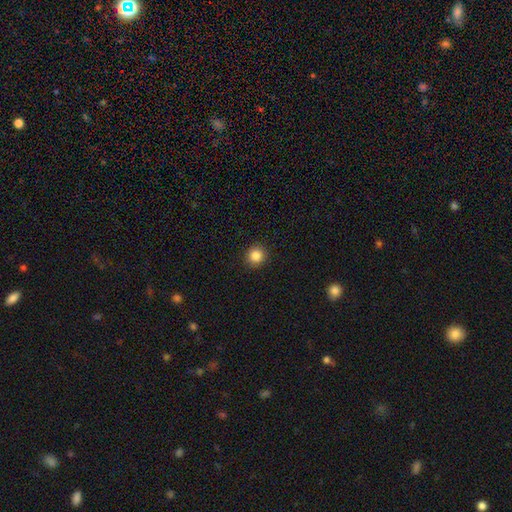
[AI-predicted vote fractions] Overall: smooth (86%). How rounded: round (91%). Merging: none (92%).